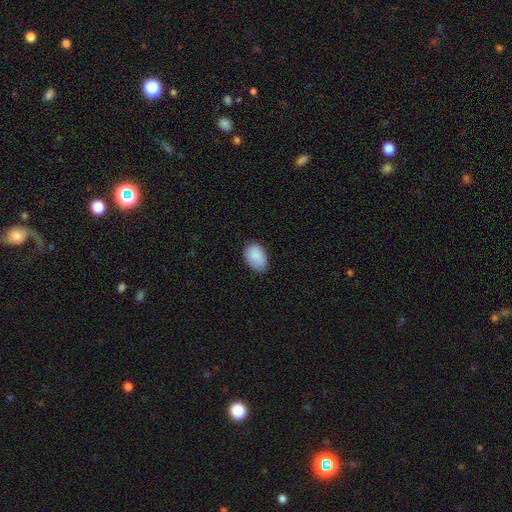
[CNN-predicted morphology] smooth 89%, star or artifact 7%, featured or disk 4%. Down the decision tree: how rounded — in between (86%); merging — none (77%).